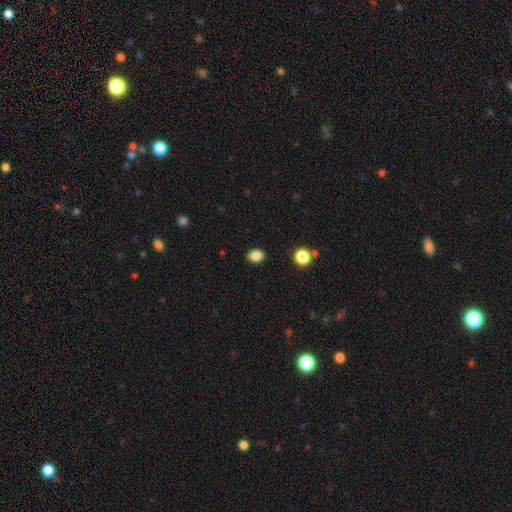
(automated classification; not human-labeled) smooth-or-featured: smooth: 86% | star or artifact: 11% | featured or disk: 4%
  how-rounded: in between: 57% | round: 42% | cigar-shaped: 1%
  merging: none: 89% | minor disturbance: 7% | major disturbance: 2% | merger: 1%